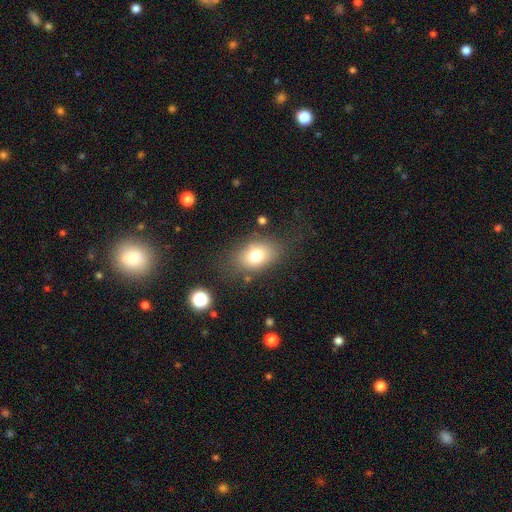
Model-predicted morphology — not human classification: smooth 75%, featured or disk 14%, star or artifact 11%. Down the decision tree: how rounded — in between (76%); merging — none (73%).